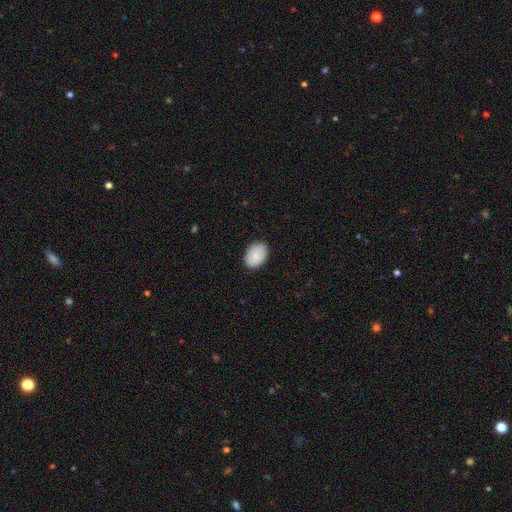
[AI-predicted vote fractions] smooth-or-featured: smooth: 85% | featured or disk: 8% | star or artifact: 6%
  how-rounded: in between: 83% | round: 16% | cigar-shaped: 1%
  merging: none: 87% | minor disturbance: 10% | major disturbance: 2% | merger: 1%